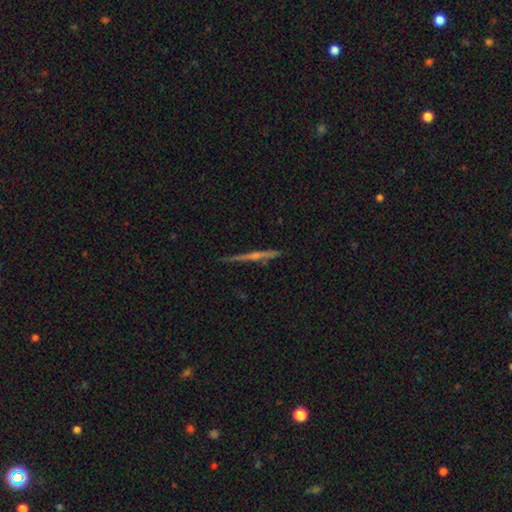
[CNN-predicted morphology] A featured or disk galaxy (64%) viewed edge-on (93%) with a rounded central bulge (61%).

Vote fractions:
- Smooth or featured? featured or disk: 64% / smooth: 21% / star or artifact: 16%
- Edge-on disk? yes: 93% / no: 7%
- Edge-on bulge? rounded: 61% / none: 28% / boxy: 11%
- Merging? none: 86% / minor disturbance: 8% / major disturbance: 3% / merger: 3%